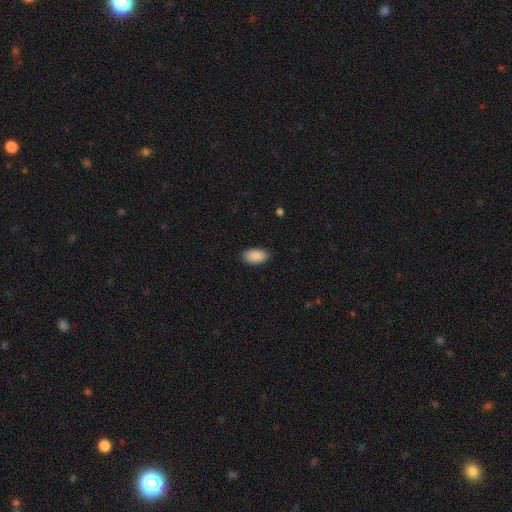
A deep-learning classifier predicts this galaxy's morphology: type=smooth (91%); roundness=in between (95%); merging=none (89%).